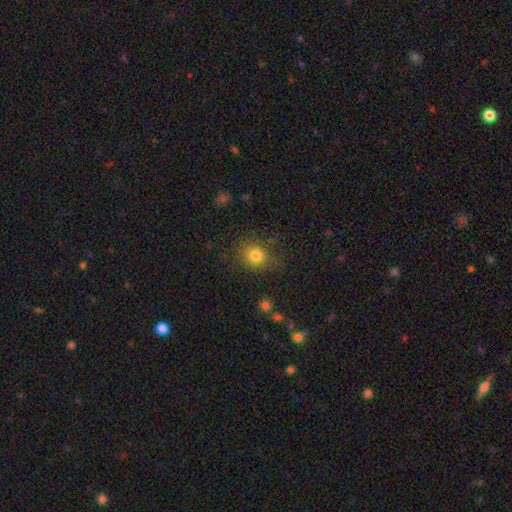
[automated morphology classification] Smooth or featured?
  - smooth: 80% *
  - star or artifact: 12%
  - featured or disk: 7%
How rounded?
  - round: 70% *
  - in between: 29%
  - cigar-shaped: 1%
Merging?
  - none: 77% *
  - minor disturbance: 16%
  - major disturbance: 6%
  - merger: 2%